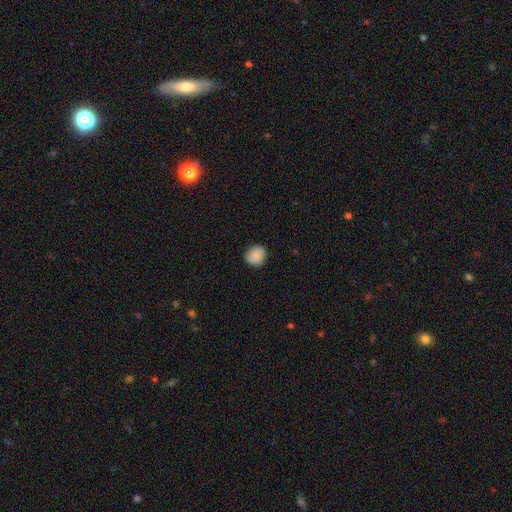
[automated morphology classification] type=smooth (86%); roundness=round (84%); merging=none (84%).